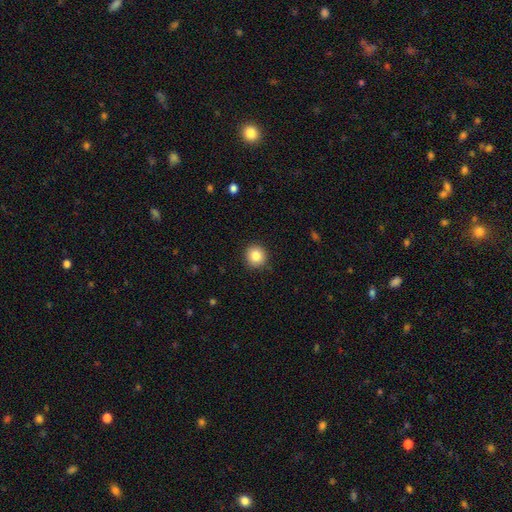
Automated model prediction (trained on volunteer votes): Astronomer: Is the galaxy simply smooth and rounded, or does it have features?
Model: smooth — 85%.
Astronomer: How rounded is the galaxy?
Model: round — 93%.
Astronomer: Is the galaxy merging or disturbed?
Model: none — 91%.